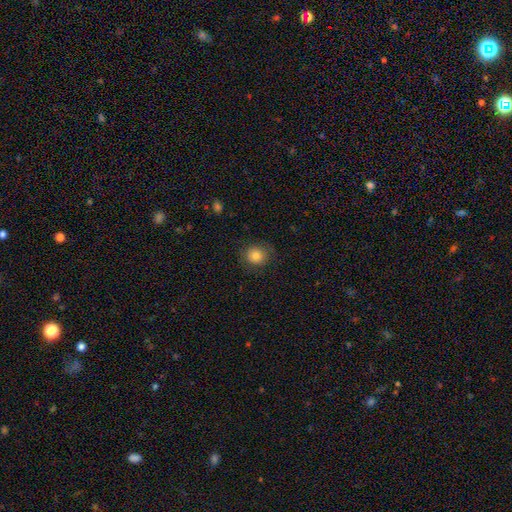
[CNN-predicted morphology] Smooth or featured? smooth (82%)
How rounded? round (85%)
Merging? none (84%)